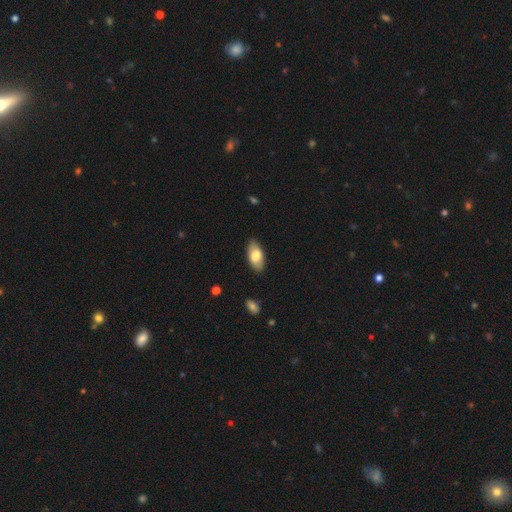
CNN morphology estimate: Overall: smooth (74%). How rounded: in between (91%). Merging: none (85%).